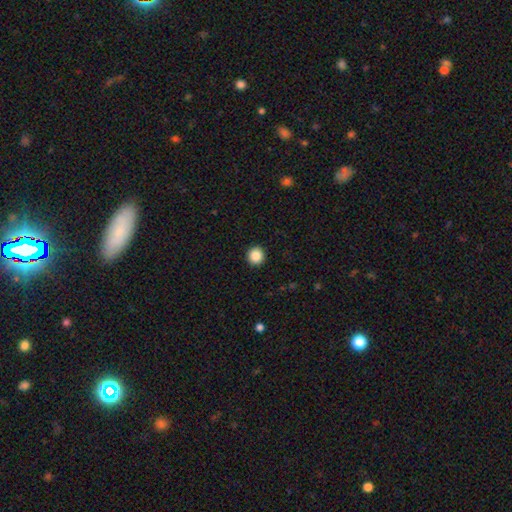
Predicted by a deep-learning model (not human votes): smooth-or-featured: smooth: 87% | star or artifact: 9% | featured or disk: 4%
  how-rounded: round: 94% | in between: 5% | cigar-shaped: 1%
  merging: none: 93% | minor disturbance: 4% | major disturbance: 2% | merger: 1%